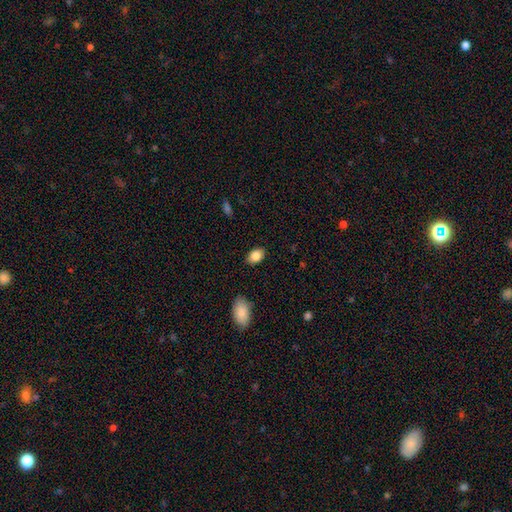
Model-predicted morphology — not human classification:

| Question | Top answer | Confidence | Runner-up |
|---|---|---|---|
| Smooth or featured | smooth | 86% | star or artifact (8%) |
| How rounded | in between | 86% | round (12%) |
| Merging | none | 86% | minor disturbance (11%) |